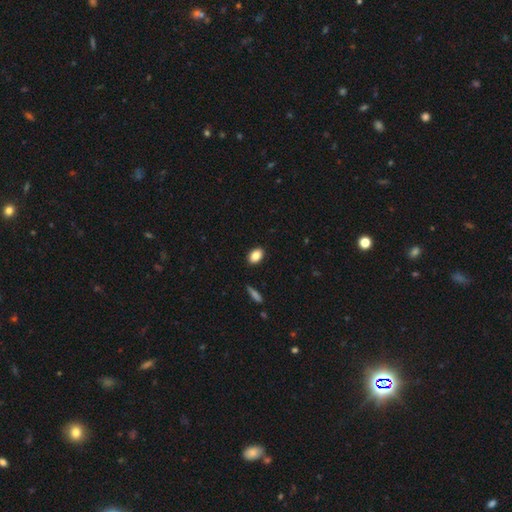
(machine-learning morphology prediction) type=smooth (86%); roundness=in between (83%); merging=none (89%).